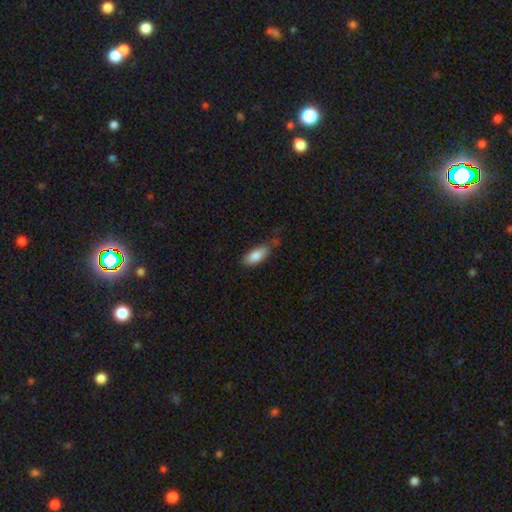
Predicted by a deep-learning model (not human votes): A smooth galaxy with no disk features (84%) that is in between round and cigar-shaped (79%). Merging: none (44%).